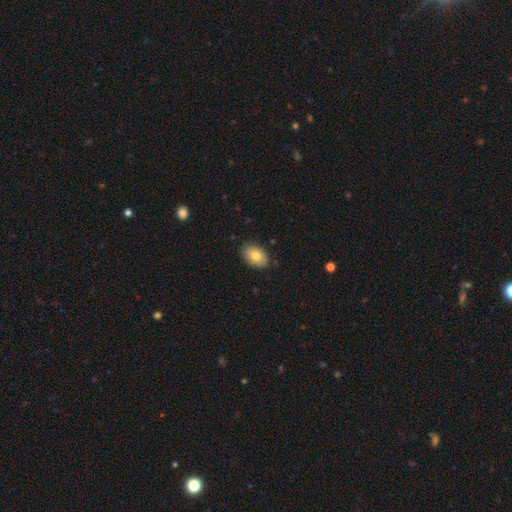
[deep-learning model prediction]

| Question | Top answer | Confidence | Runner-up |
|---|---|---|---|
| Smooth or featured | smooth | 78% | featured or disk (15%) |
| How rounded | in between | 84% | round (15%) |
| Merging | none | 84% | minor disturbance (12%) |